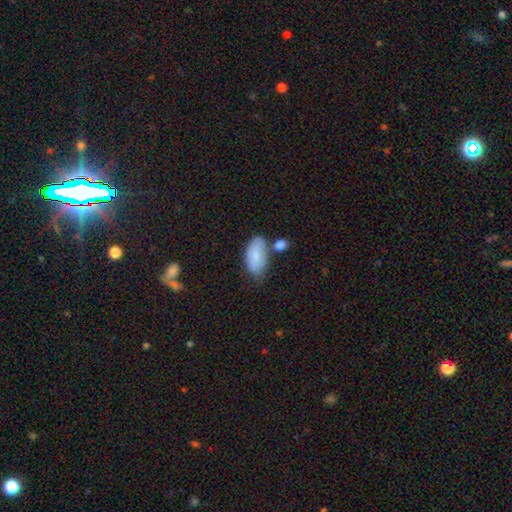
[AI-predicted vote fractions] Q: Smooth or featured?
A: smooth (79%); runner-up: featured or disk (15%)
Q: How rounded?
A: in between (94%); runner-up: round (3%)
Q: Merging?
A: none (51%); runner-up: minor disturbance (26%)